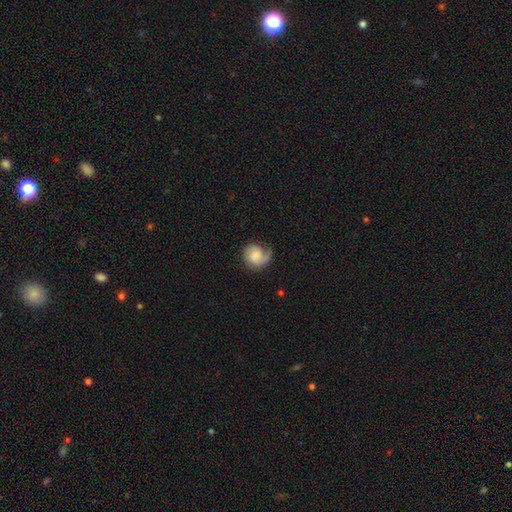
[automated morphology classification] featured or disk 52%, smooth 41%, star or artifact 7%. Down the decision tree: edge-on disk — no (98%); bar — no (64%); spiral arms — yes (91%); bulge size — moderate (35%); merging — none (57%).